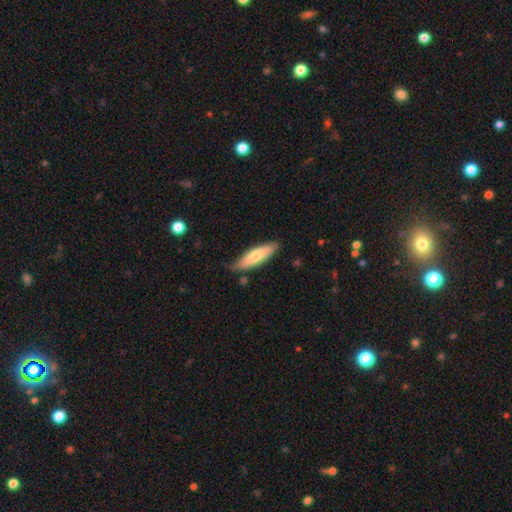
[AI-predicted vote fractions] Q: Smooth or featured?
A: smooth (70%); runner-up: featured or disk (25%)
Q: How rounded?
A: cigar-shaped (63%); runner-up: in between (35%)
Q: Merging?
A: none (77%); runner-up: minor disturbance (18%)